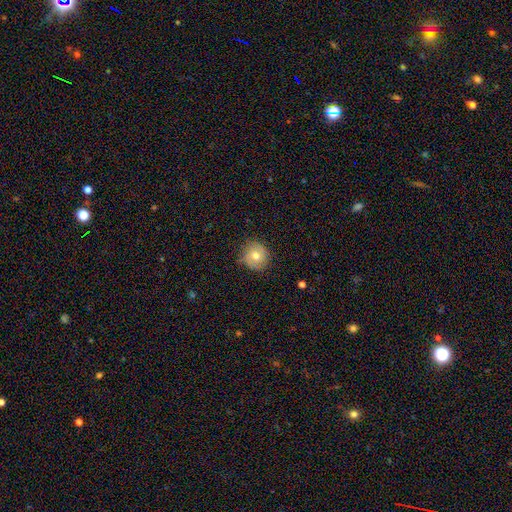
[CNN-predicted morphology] This is possibly a smooth galaxy (53%). How rounded: clearly round (89%). Merging: likely none (79%).